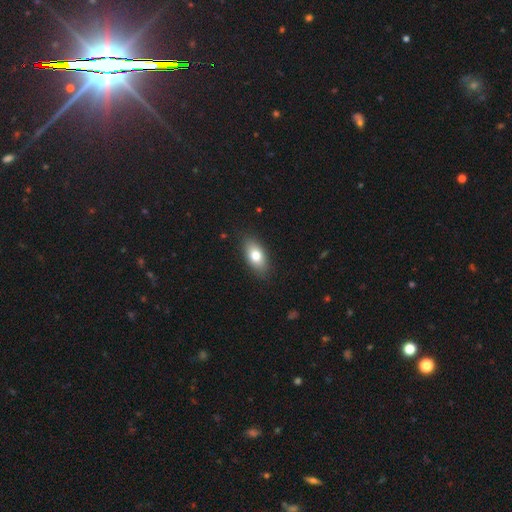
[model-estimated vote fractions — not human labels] Smooth or featured? smooth (77%)
How rounded? in between (89%)
Merging? none (86%)